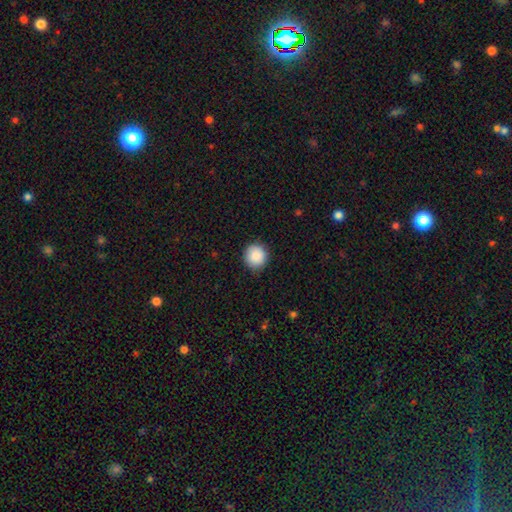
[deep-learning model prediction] This appears to be a smooth galaxy with no disk features (89%) that is round (92%). Merging: none (89%).